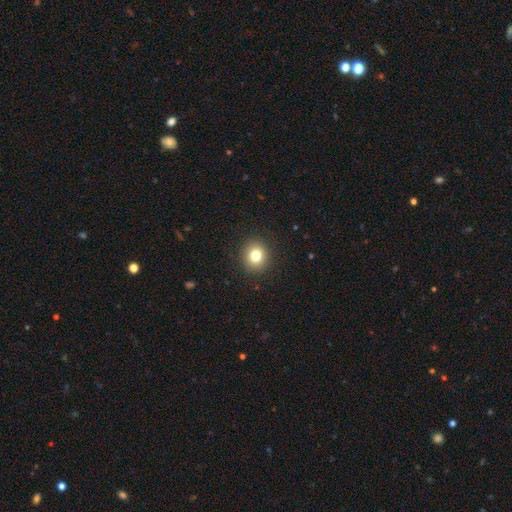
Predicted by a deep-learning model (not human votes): Q: Smooth or featured?
A: smooth (80%); runner-up: star or artifact (12%)
Q: How rounded?
A: round (81%); runner-up: in between (18%)
Q: Merging?
A: none (91%); runner-up: minor disturbance (6%)